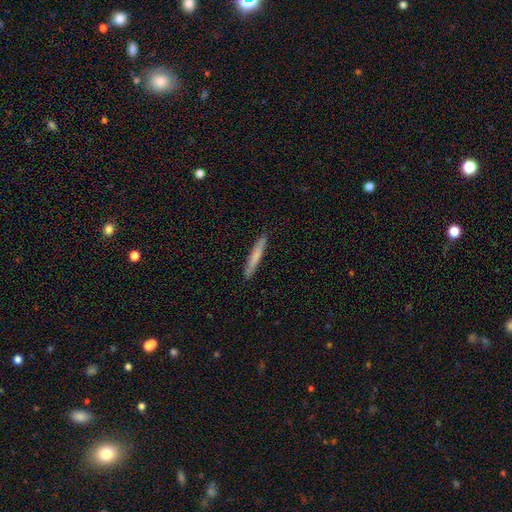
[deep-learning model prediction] A smooth galaxy with no disk features (70%) that is cigar-shaped (96%).

Vote fractions:
- Smooth or featured? smooth: 70% / featured or disk: 24% / star or artifact: 5%
- How rounded? cigar-shaped: 96% / in between: 3% / round: 1%
- Merging? none: 91% / minor disturbance: 7% / major disturbance: 1% / merger: 1%